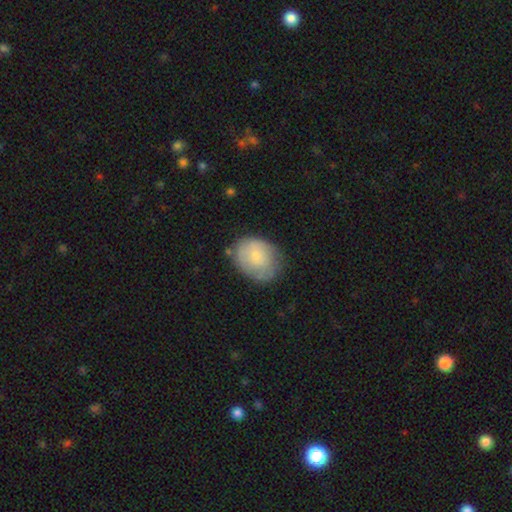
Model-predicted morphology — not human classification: This appears to be a smooth galaxy with no disk features (67%) that is in between round and cigar-shaped (57%). Merging: none (62%).